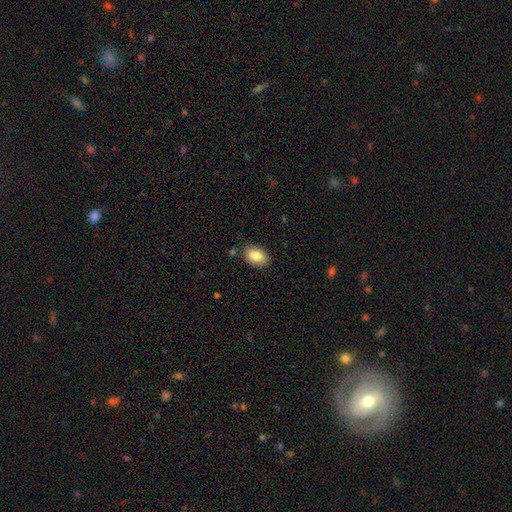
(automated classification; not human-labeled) The model was most divided on "merging": none: 84%, minor disturbance: 11%, major disturbance: 3%, merger: 2%. More confident: how rounded — in between (89%); smooth or featured — smooth (86%).